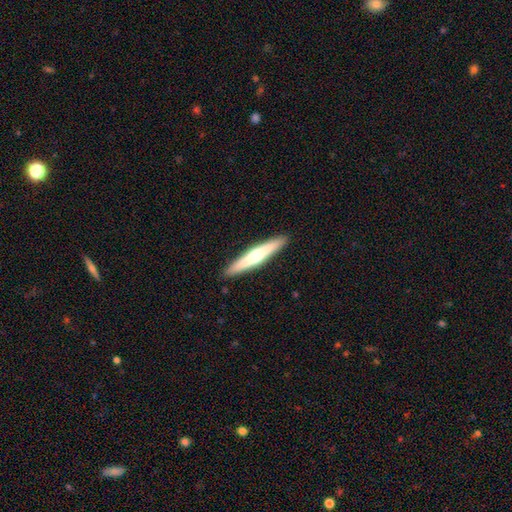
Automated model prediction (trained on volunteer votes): smooth-or-featured: featured or disk: 51% | smooth: 44% | star or artifact: 5%
  disk-edge-on: yes: 95% | no: 5%
  merging: none: 92% | minor disturbance: 6% | major disturbance: 1% | merger: 1%